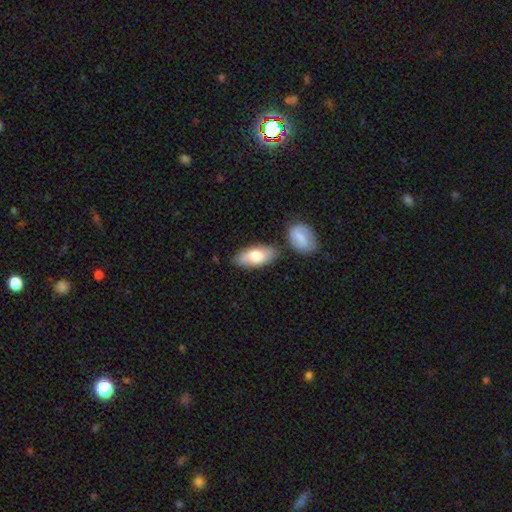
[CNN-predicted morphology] Smooth or featured: smooth — 70% (featured or disk — 25%)
How rounded: in between — 89% (cigar-shaped — 9%)
Merging: none — 73% (minor disturbance — 14%)